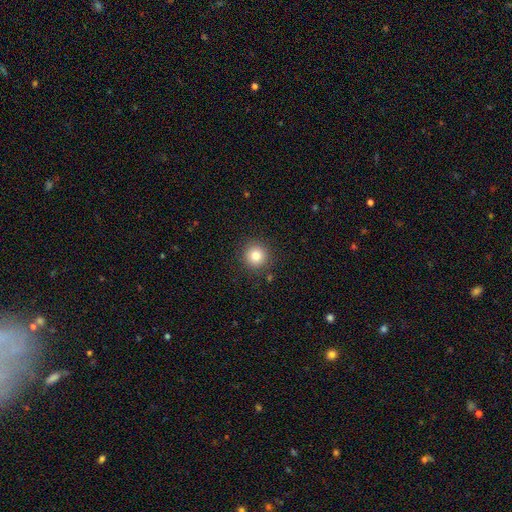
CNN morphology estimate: Smooth or featured: smooth — 83% (star or artifact — 11%)
How rounded: round — 95% (in between — 4%)
Merging: none — 89% (minor disturbance — 7%)